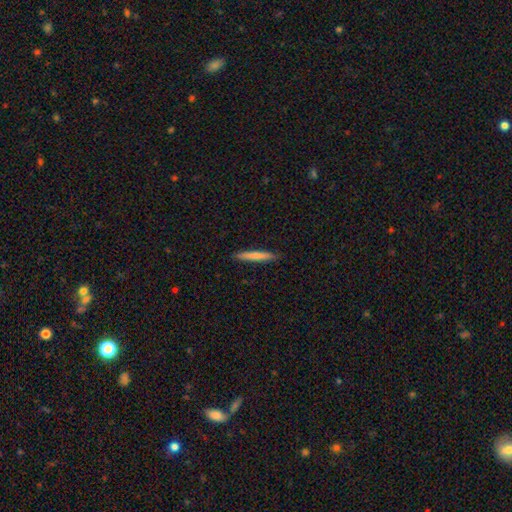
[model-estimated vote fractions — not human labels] The model was most divided on "smooth or featured": smooth: 72%, featured or disk: 23%, star or artifact: 6%. More confident: how rounded — cigar-shaped (96%); merging — none (91%).